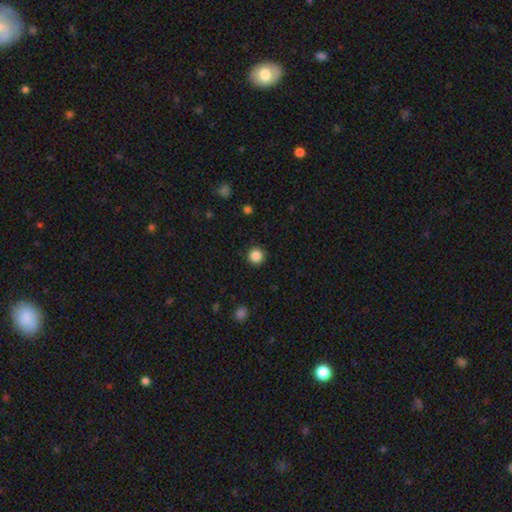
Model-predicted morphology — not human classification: Q: Smooth or featured?
A: smooth (86%); runner-up: star or artifact (11%)
Q: How rounded?
A: round (95%); runner-up: in between (4%)
Q: Merging?
A: none (92%); runner-up: minor disturbance (5%)